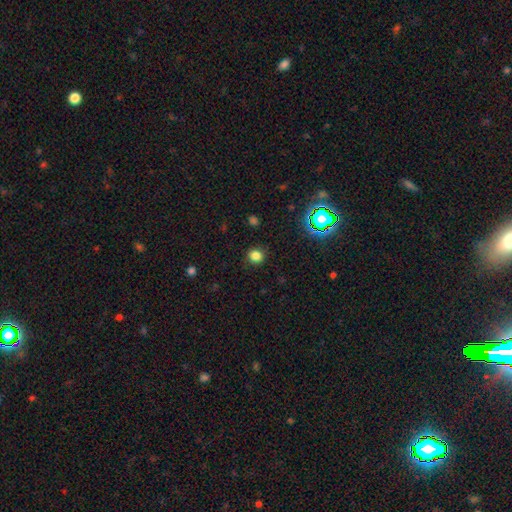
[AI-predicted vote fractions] The model was most divided on "smooth or featured": smooth: 80%, star or artifact: 16%, featured or disk: 4%. More confident: merging — none (89%); how rounded — round (88%).